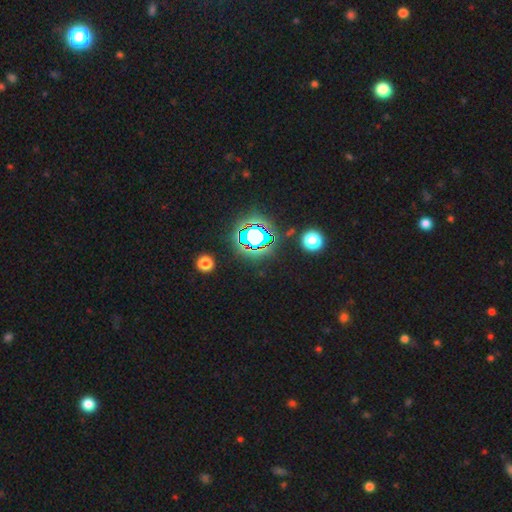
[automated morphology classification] Smooth or featured: star or artifact — 82% (smooth — 11%)